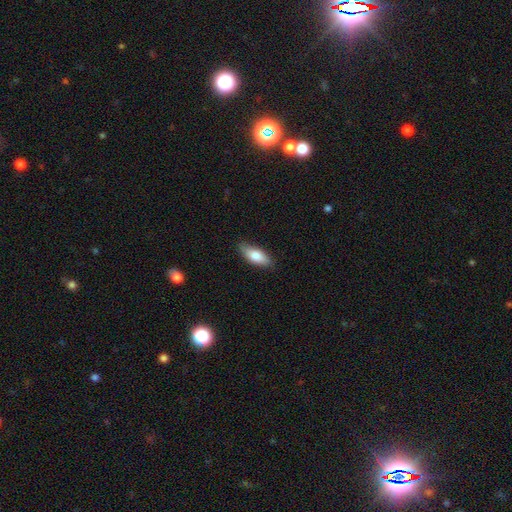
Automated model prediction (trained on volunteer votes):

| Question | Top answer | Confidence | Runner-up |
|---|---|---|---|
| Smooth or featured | smooth | 77% | featured or disk (17%) |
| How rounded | in between | 75% | cigar-shaped (22%) |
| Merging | none | 84% | minor disturbance (13%) |